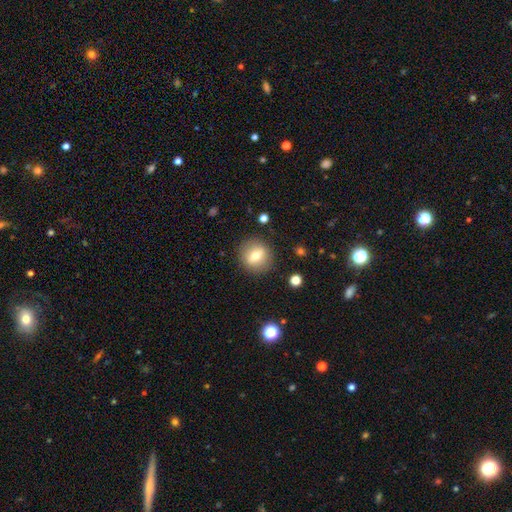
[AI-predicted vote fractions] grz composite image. It shows a smooth galaxy with no disk features (62%) that is round (83%). Merging: none (87%).